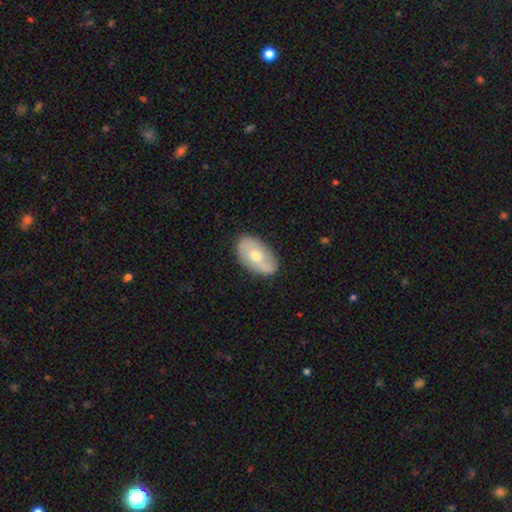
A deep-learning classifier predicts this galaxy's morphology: type=smooth (51%); roundness=in between (90%); merging=none (80%).